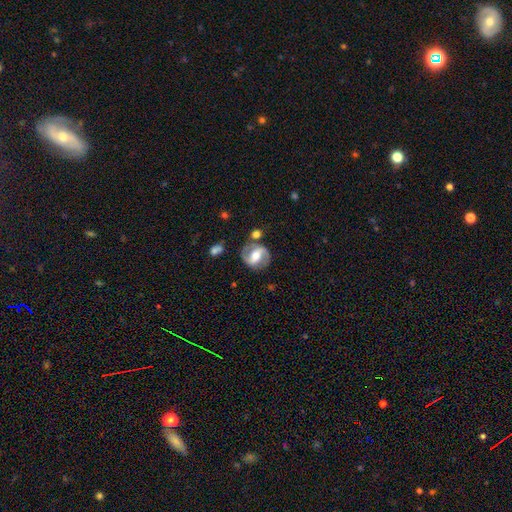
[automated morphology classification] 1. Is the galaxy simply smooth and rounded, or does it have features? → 79% featured or disk, 15% smooth, 6% star or artifact.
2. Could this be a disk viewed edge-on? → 96% no, 4% yes.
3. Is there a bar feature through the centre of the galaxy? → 51% strong, 32% weak, 17% no.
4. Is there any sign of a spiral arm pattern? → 88% yes, 12% no.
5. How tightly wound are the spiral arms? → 48% medium, 27% tight, 25% loose.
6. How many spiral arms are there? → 90% 2, 4% can't tell, 2% 1, 1% 3, 1% 4, 1% more than 4.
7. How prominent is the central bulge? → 69% moderate, 19% small, 9% large, 1% none, 1% dominant.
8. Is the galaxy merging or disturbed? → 77% none, 13% minor disturbance, 5% merger, 5% major disturbance.